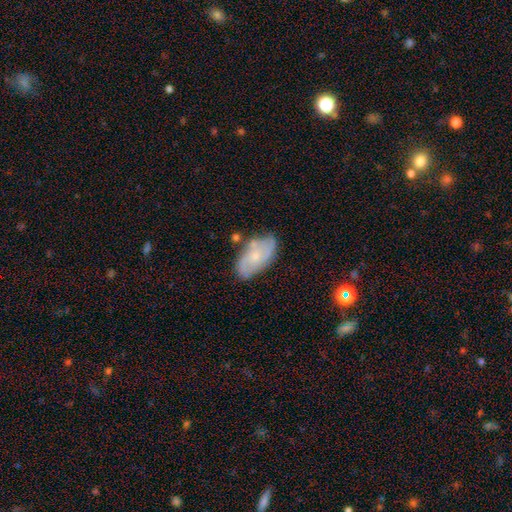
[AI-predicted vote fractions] Smooth or featured? featured or disk (65%)
Edge-on disk? no (95%)
Bar? no (73%)
Spiral arms? yes (85%)
Spiral winding? medium (43%)
Spiral arm count? 2 (49%)
Bulge size? small (71%)
Merging? none (67%)